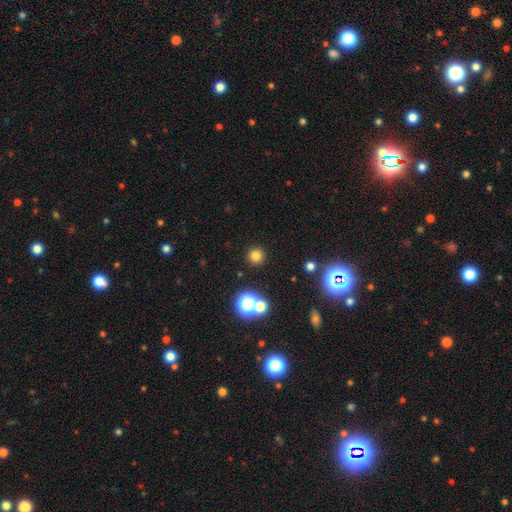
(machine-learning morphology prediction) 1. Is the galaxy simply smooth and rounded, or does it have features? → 76% smooth, 18% star or artifact, 6% featured or disk.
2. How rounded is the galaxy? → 95% round, 4% in between, 1% cigar-shaped.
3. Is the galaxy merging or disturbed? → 90% none, 5% minor disturbance, 3% merger, 2% major disturbance.